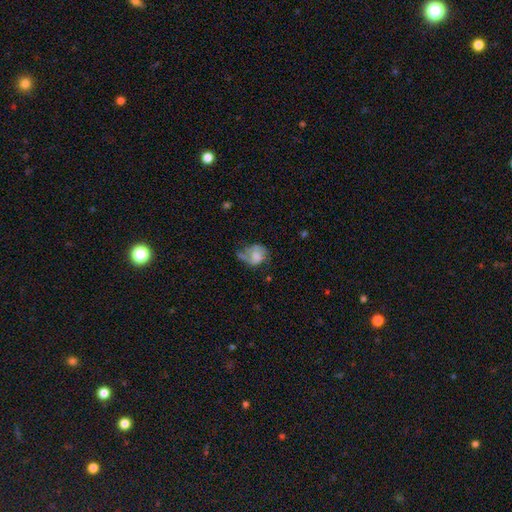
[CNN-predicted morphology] Smooth or featured? smooth (49%)
Merging? minor disturbance (32%, tied with none)